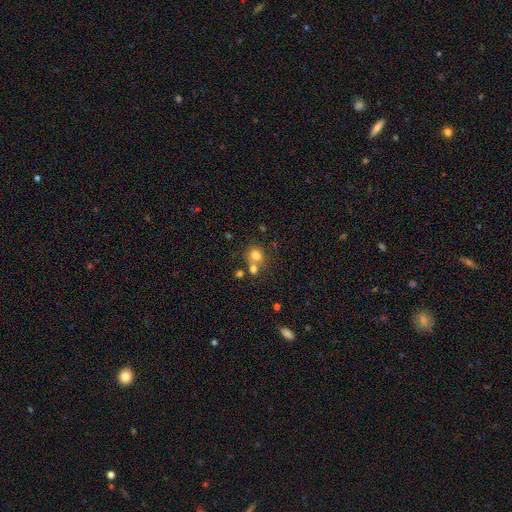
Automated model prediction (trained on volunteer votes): Smooth or featured: smooth — 76% (star or artifact — 14%)
How rounded: round — 76% (in between — 23%)
Merging: none — 50% (merger — 37%)